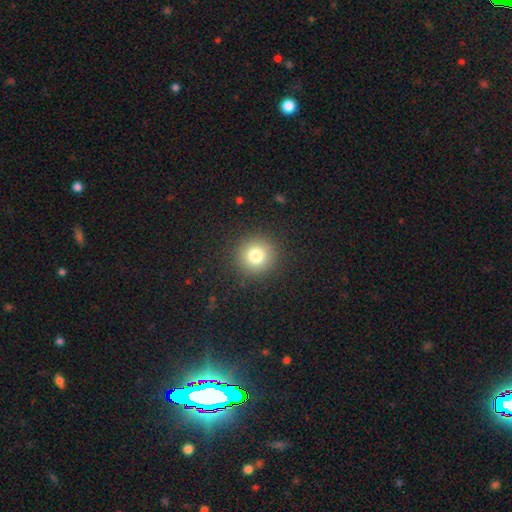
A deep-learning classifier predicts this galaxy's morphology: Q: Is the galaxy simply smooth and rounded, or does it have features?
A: smooth — 79%.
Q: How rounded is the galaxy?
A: round — 94%.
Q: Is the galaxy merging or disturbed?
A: none — 90%.